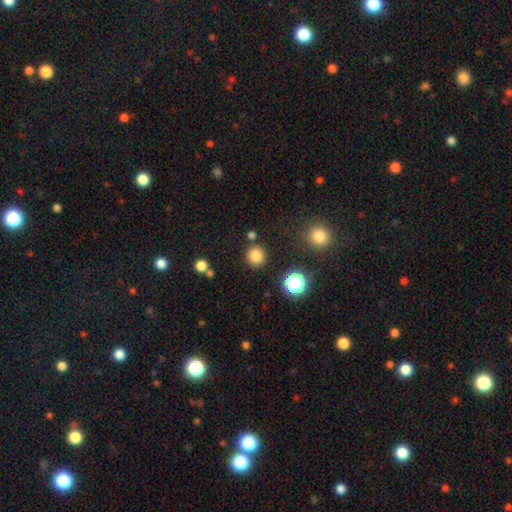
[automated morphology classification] This appears to be a smooth galaxy with no disk features (82%) that is round (91%). Merging: none (85%).